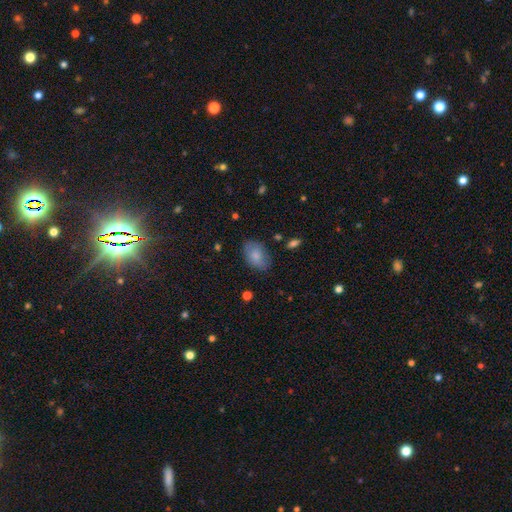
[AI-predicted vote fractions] A smooth galaxy with no disk features (82%) that is in between round and cigar-shaped (88%).

Vote fractions:
- Smooth or featured? smooth: 82% / featured or disk: 11% / star or artifact: 7%
- How rounded? in between: 88% / round: 11% / cigar-shaped: 1%
- Merging? none: 78% / minor disturbance: 17% / major disturbance: 4% / merger: 1%